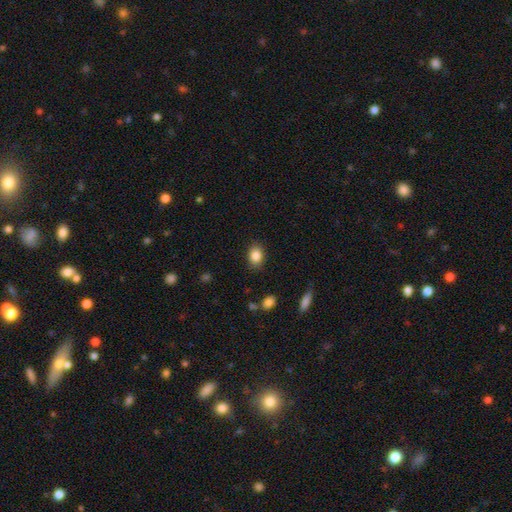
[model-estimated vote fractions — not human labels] This appears to be a smooth galaxy with no disk features (85%) that is in between round and cigar-shaped (67%). Merging: none (86%).